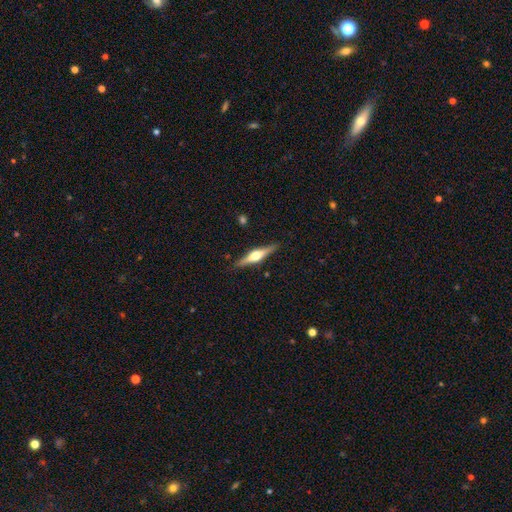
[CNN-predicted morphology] Smooth or featured: featured or disk — 71% (smooth — 24%)
Edge-on disk: yes — 98% (no — 2%)
Edge-on bulge: rounded — 94% (boxy — 4%)
Merging: none — 89% (minor disturbance — 8%)